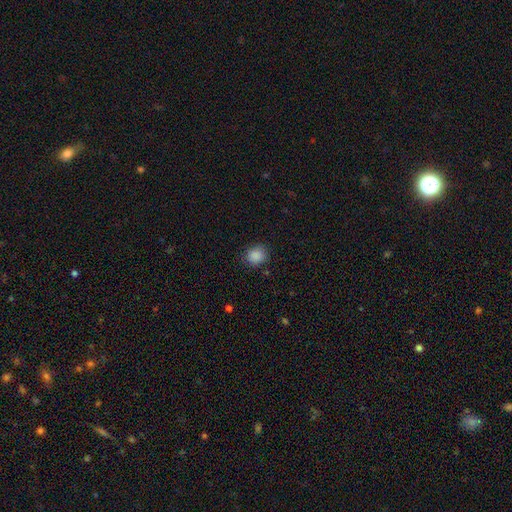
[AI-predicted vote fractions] The model was most divided on "how rounded": round: 72%, in between: 27%, cigar-shaped: 1%. More confident: smooth or featured — smooth (87%); merging — none (82%).